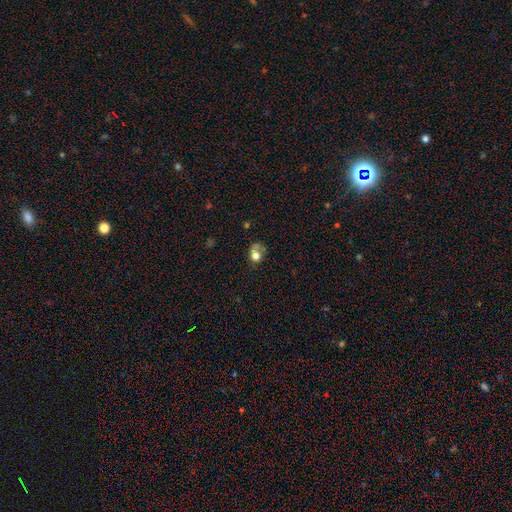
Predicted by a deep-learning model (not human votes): Smooth or featured? smooth (70%)
How rounded? round (60%)
Merging? none (36%)